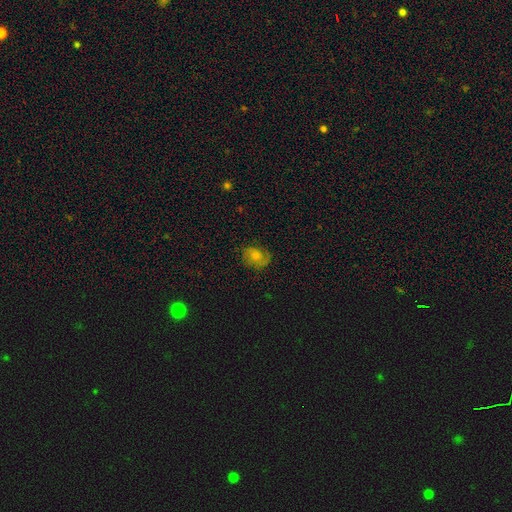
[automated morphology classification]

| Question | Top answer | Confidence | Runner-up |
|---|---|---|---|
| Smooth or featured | featured or disk | 49% | smooth (34%) |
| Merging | none | 77% | minor disturbance (16%) |